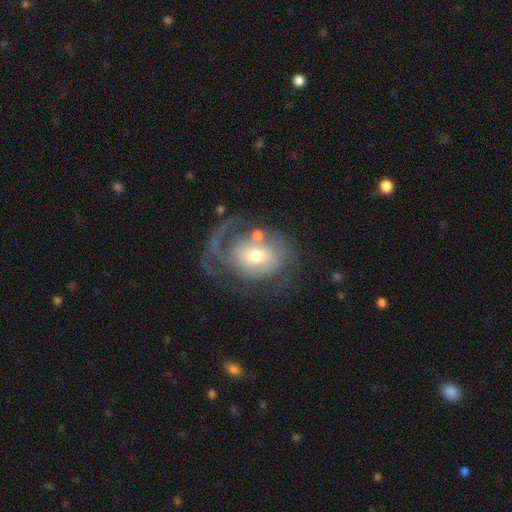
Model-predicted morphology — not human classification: Smooth or featured? featured or disk (74%)
Edge-on disk? no (96%)
Bar? no (62%)
Spiral arms? yes (84%)
Spiral winding? medium (38%)
Spiral arm count? 1 (38%)
Bulge size? moderate (57%)
Merging? none (39%)